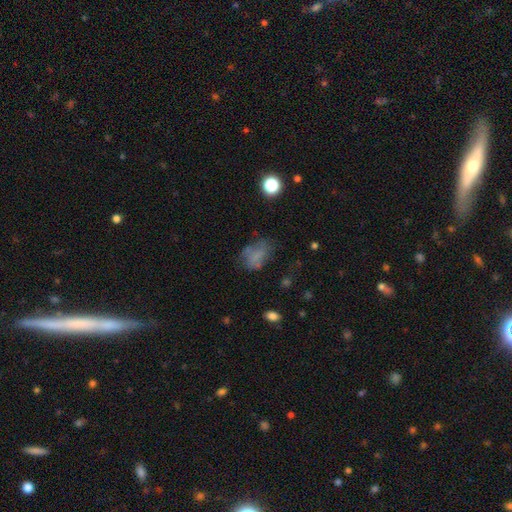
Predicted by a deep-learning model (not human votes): This appears to be a smooth galaxy with no disk features (62%) that is in between round and cigar-shaped (78%). Merging: none (48%).